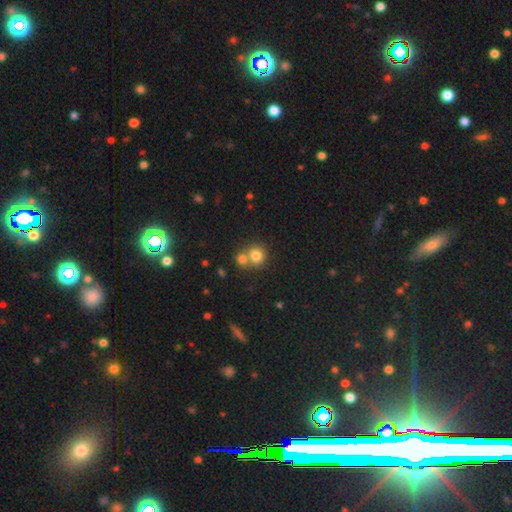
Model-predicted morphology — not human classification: Smooth or featured? smooth (79%)
How rounded? round (86%)
Merging? merger (46%)